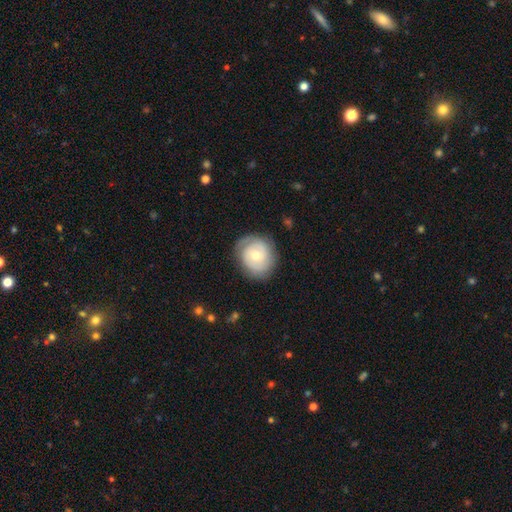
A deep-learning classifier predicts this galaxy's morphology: This is possibly a featured or disk galaxy (58%). It is clearly not viewed edge-on (97%). Bar: likely no (72%). Spiral arm pattern: likely yes (79%). Central bulge: possibly moderate (55%). Merging: likely none (77%).